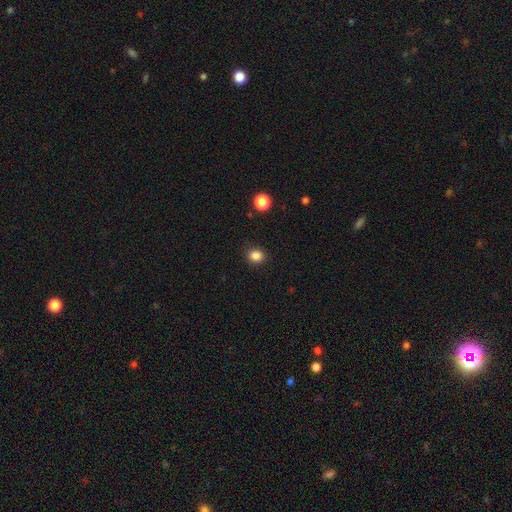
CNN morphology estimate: Overall: smooth (85%). How rounded: round (75%). Merging: none (88%).